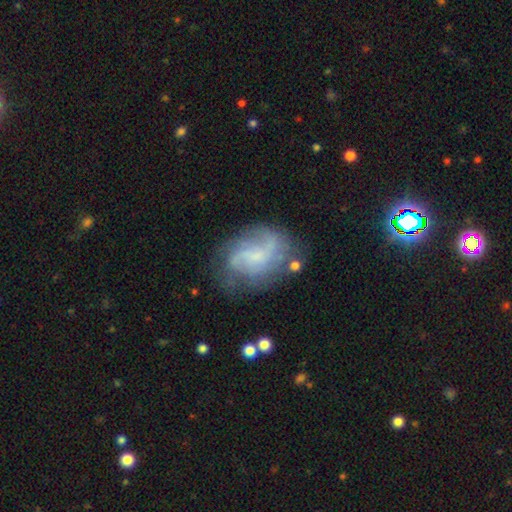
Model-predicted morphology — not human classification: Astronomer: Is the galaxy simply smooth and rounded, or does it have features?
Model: featured or disk — 67%.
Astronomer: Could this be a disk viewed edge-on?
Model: no — 97%.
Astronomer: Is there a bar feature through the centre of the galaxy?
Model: no — 56% (runner-up: weak, 37%).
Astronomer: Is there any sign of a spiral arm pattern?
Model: yes — 83%.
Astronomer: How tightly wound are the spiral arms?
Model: medium — 39% (runner-up: loose, 35%).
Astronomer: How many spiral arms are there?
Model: can't tell — 34% (runner-up: 2, 30%).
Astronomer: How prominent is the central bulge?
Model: small — 48% (runner-up: none, 32%).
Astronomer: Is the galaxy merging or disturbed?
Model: none — 57%.